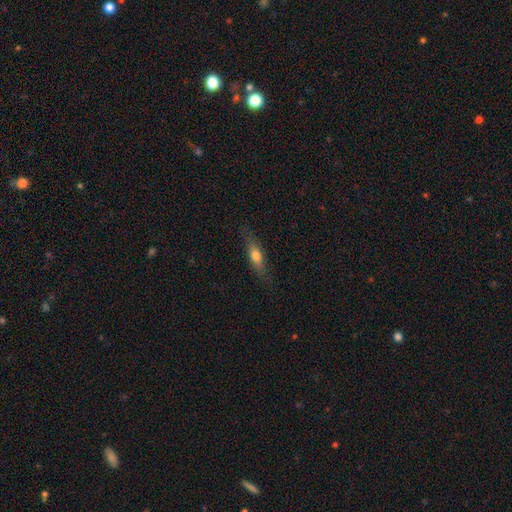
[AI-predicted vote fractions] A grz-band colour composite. It shows a smooth galaxy with no disk features (64%) that is cigar-shaped (52%). Merging: none (79%).